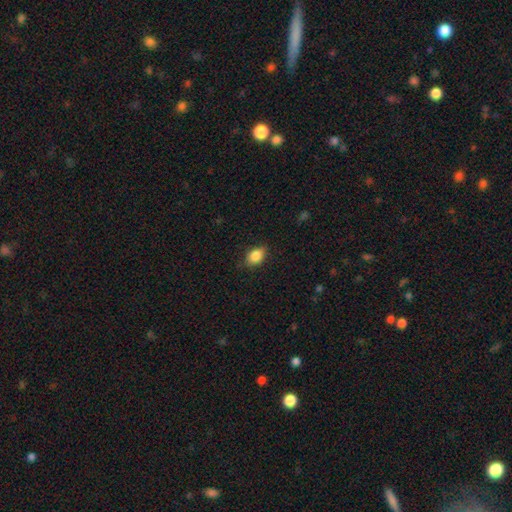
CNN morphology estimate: The model was most divided on "how rounded": in between: 78%, round: 21%, cigar-shaped: 1%. More confident: smooth or featured — smooth (87%); merging — none (84%).